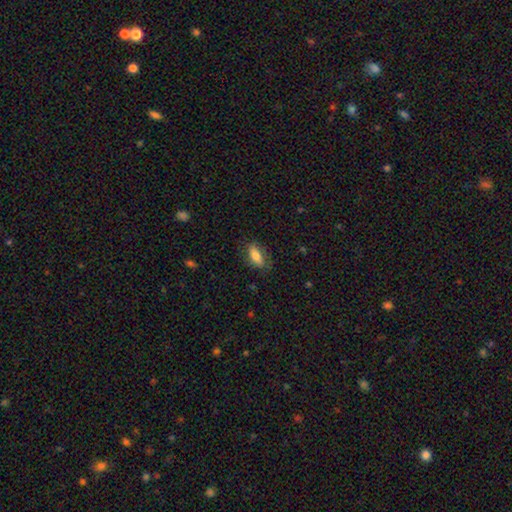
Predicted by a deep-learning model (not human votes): A smooth galaxy with no disk features (74%) that is in between round and cigar-shaped (80%). Merging: none (77%).